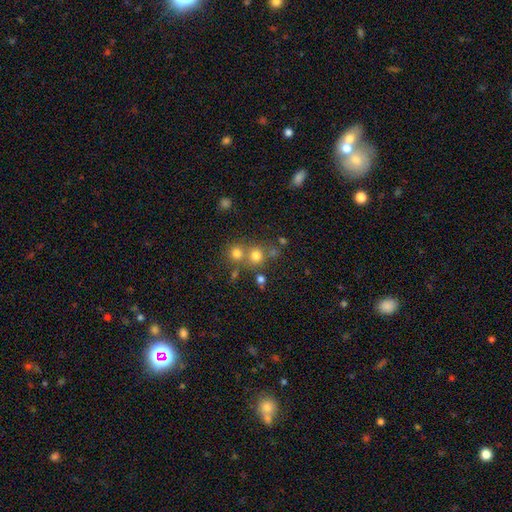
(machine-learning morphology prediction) Smooth or featured? Predicted: smooth (p=0.72). How rounded? Predicted: round (p=0.87). Merging? Predicted: none (p=0.56).